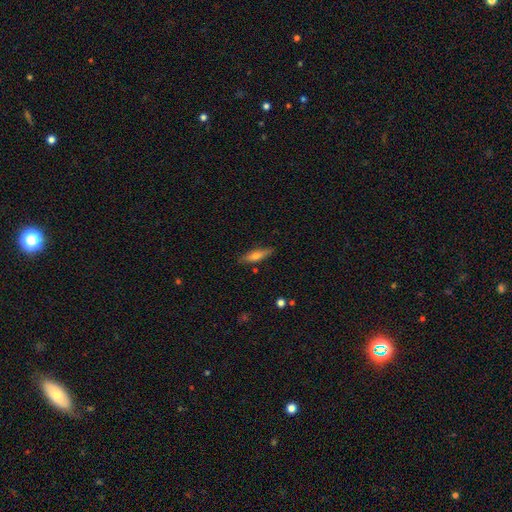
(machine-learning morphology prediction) Smooth or featured?
  - smooth: 58% *
  - featured or disk: 35%
  - star or artifact: 7%
How rounded?
  - cigar-shaped: 69% *
  - in between: 29%
  - round: 2%
Merging?
  - none: 84% *
  - minor disturbance: 12%
  - major disturbance: 2%
  - merger: 2%